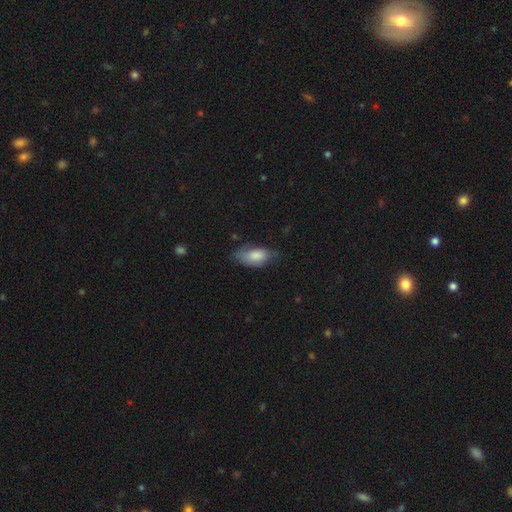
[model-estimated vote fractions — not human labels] The model was most divided on "merging": none: 53%, minor disturbance: 35%, major disturbance: 11%, merger: 2%. More confident: how rounded — in between (91%); smooth or featured — smooth (80%).